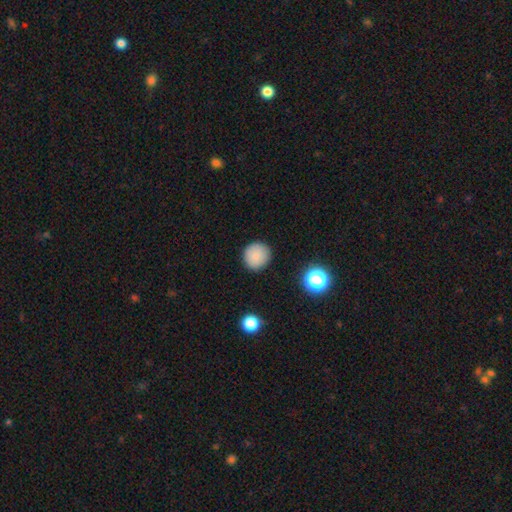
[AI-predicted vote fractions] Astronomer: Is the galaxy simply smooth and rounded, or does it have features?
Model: smooth — 85%.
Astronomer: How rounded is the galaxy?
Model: round — 92%.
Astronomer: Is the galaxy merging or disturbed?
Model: none — 90%.